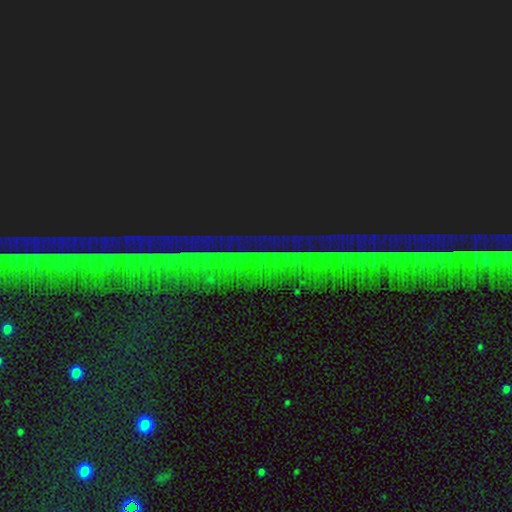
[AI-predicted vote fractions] A star or artifact, not a galaxy (88%).